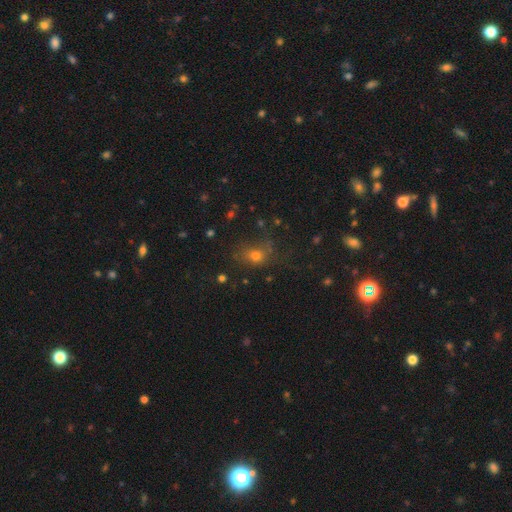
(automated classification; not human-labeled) Overall: smooth (66%). How rounded: round (50%; in between 49%). Merging: none (58%; minor disturbance 22%).